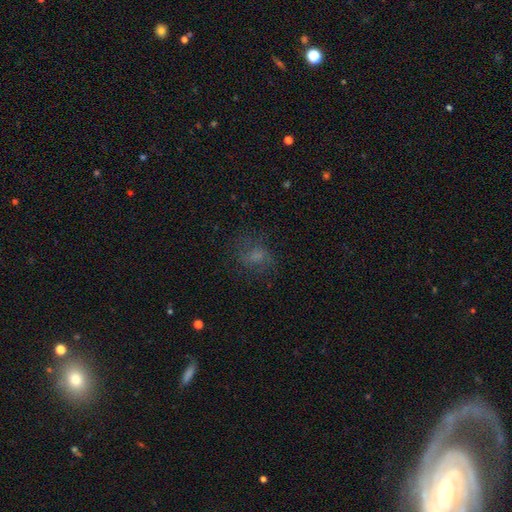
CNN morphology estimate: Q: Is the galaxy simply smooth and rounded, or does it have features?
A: smooth — 54%.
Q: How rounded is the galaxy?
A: in between — 54%.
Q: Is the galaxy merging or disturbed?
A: none — 62%.